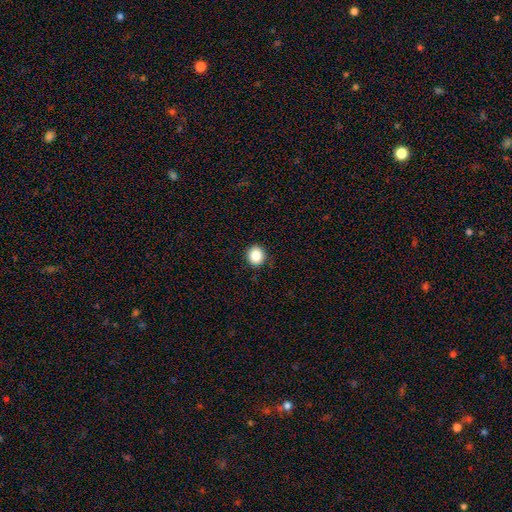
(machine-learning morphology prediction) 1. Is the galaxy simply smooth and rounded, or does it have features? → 87% smooth, 9% star or artifact, 4% featured or disk.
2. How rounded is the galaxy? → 78% round, 21% in between, 1% cigar-shaped.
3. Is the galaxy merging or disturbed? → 90% none, 7% minor disturbance, 2% major disturbance, 1% merger.